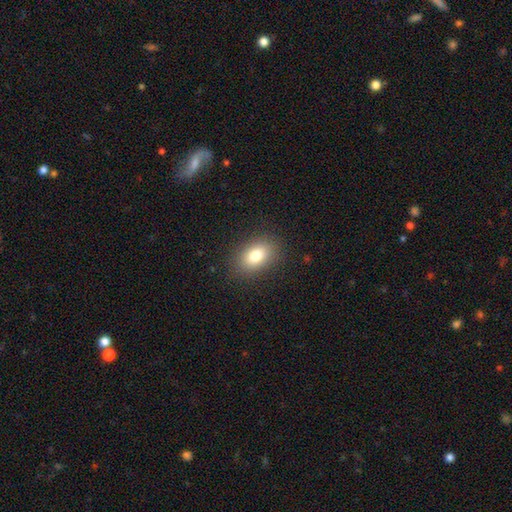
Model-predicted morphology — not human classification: A smooth galaxy with no disk features (80%) that is in between round and cigar-shaped (85%).

Vote fractions:
- Smooth or featured? smooth: 80% / featured or disk: 10% / star or artifact: 10%
- How rounded? in between: 85% / round: 14% / cigar-shaped: 2%
- Merging? none: 87% / minor disturbance: 9% / major disturbance: 3% / merger: 1%